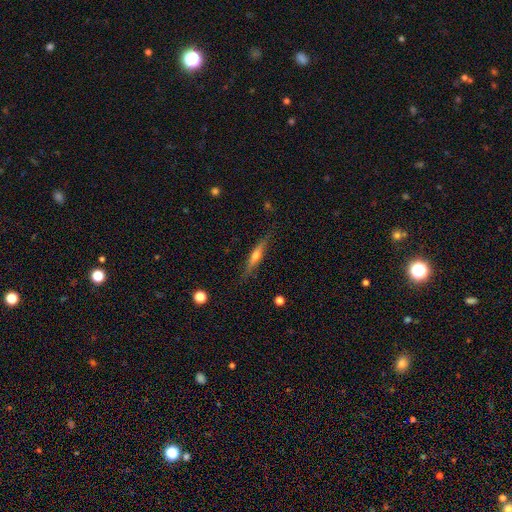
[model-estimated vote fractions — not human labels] A featured or disk galaxy (57%) viewed edge-on (94%) with a rounded central bulge (83%). Merging: none (83%).